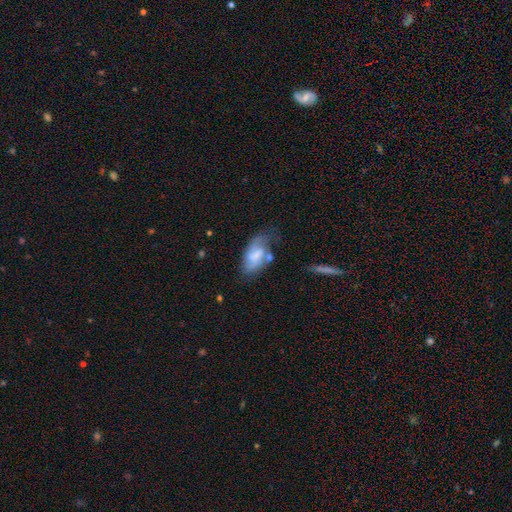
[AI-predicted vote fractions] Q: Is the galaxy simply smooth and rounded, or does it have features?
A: featured or disk — 52%.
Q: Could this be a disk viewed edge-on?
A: no — 95%.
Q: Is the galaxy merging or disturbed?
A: none — 39%.